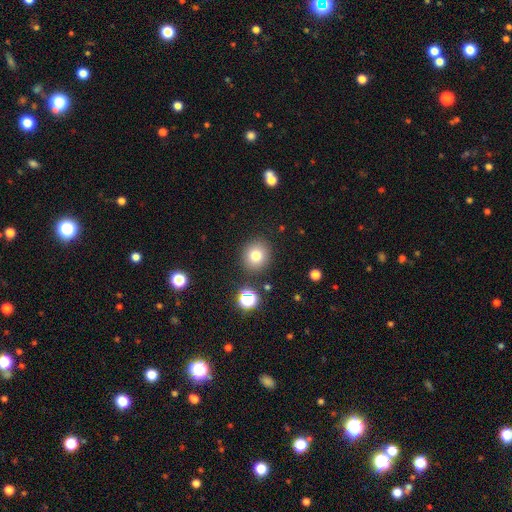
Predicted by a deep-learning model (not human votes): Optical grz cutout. It shows a smooth galaxy with no disk features (77%) that is round (87%). Merging: none (87%).